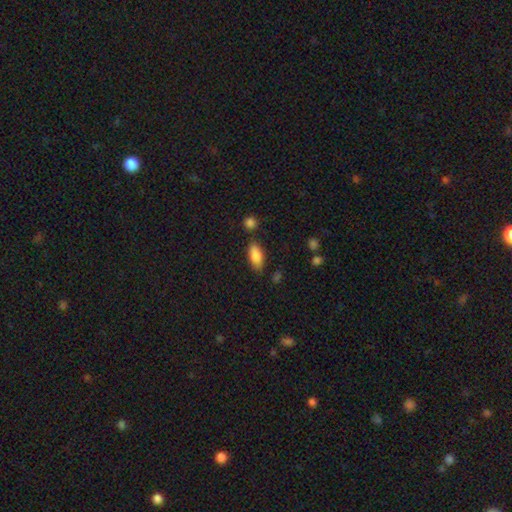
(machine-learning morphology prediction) Overall: smooth (81%). How rounded: in between (82%). Merging: none (75%).